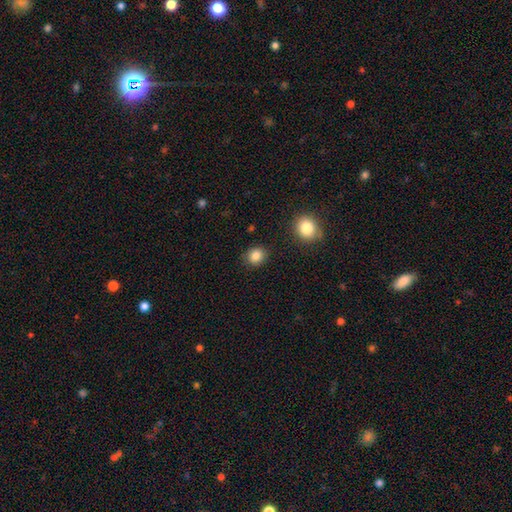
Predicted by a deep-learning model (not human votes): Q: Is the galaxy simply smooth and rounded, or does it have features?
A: smooth — 85%.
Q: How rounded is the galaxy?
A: round — 79%.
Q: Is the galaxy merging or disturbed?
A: none — 88%.